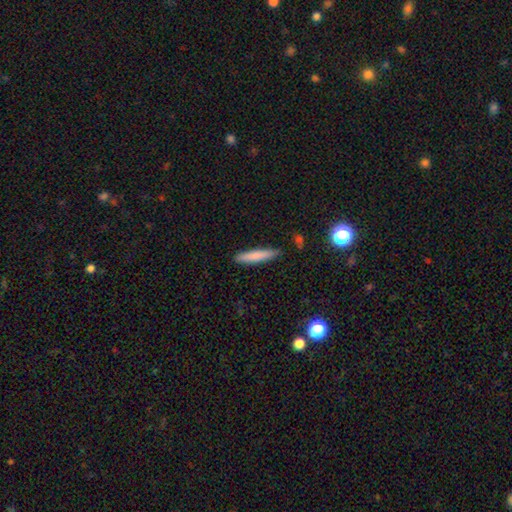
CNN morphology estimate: A smooth galaxy with no disk features (78%) that is cigar-shaped (91%).

Vote fractions:
- Smooth or featured? smooth: 78% / featured or disk: 15% / star or artifact: 6%
- How rounded? cigar-shaped: 91% / in between: 8% / round: 1%
- Merging? none: 88% / minor disturbance: 9% / major disturbance: 2% / merger: 1%